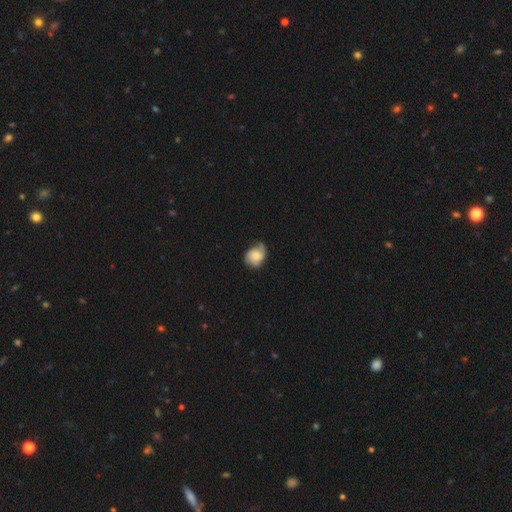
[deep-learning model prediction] Smooth or featured? featured or disk (47%)
Merging? none (54%)